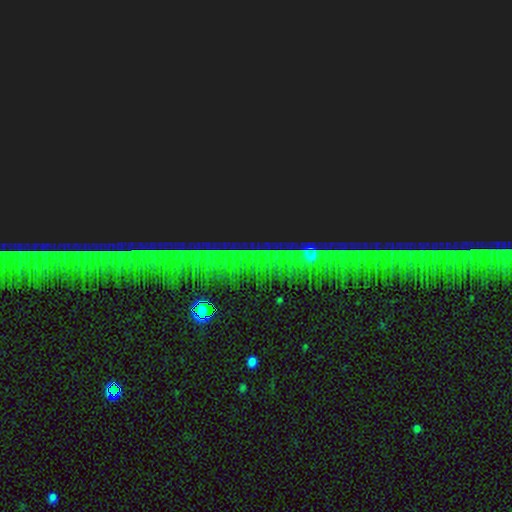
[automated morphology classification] This is clearly a star or artifact rather than a galaxy (81%).